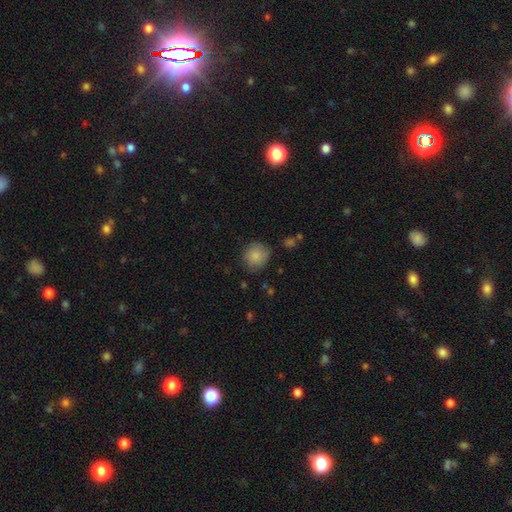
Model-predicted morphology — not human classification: A smooth galaxy with no disk features (85%) that is round (89%). Merging: none (81%).